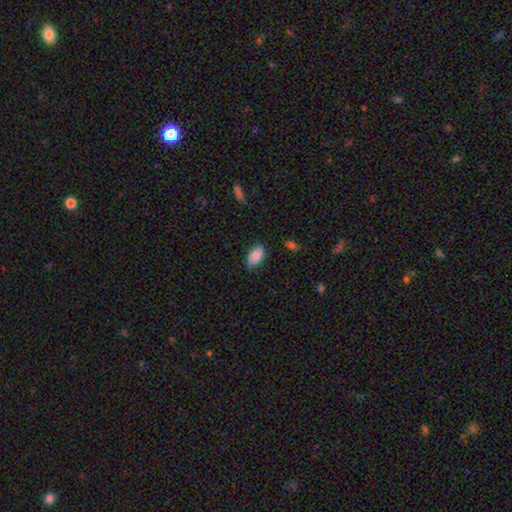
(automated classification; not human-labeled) A smooth galaxy with no disk features (84%) that is in between round and cigar-shaped (93%). Merging: none (72%).